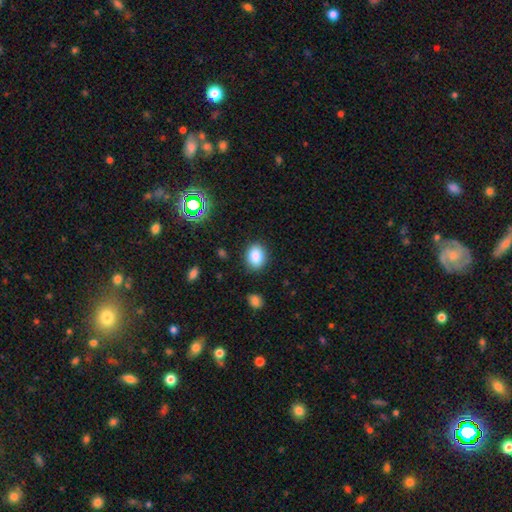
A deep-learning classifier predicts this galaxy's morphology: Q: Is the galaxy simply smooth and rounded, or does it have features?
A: smooth — 84%.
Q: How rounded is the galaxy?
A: in between — 61%.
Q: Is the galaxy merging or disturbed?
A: none — 87%.